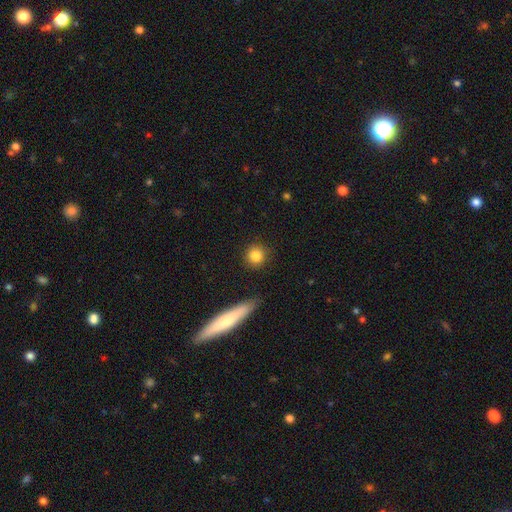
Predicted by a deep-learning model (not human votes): Q: Smooth or featured?
A: smooth (84%); runner-up: star or artifact (9%)
Q: How rounded?
A: round (90%); runner-up: in between (8%)
Q: Merging?
A: none (88%); runner-up: minor disturbance (7%)